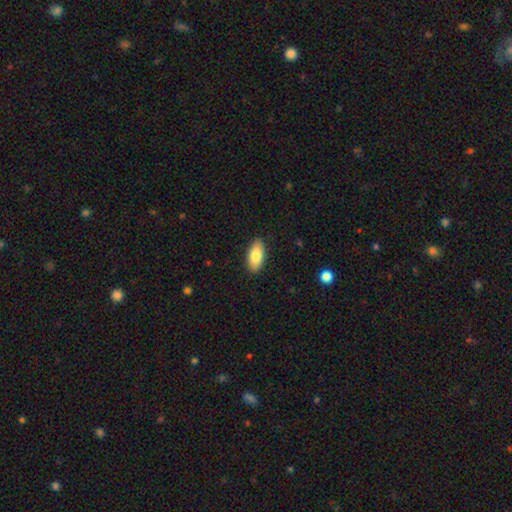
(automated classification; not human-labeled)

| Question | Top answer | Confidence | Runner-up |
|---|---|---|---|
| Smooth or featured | smooth | 84% | featured or disk (10%) |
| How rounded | in between | 90% | cigar-shaped (8%) |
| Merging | none | 89% | minor disturbance (8%) |